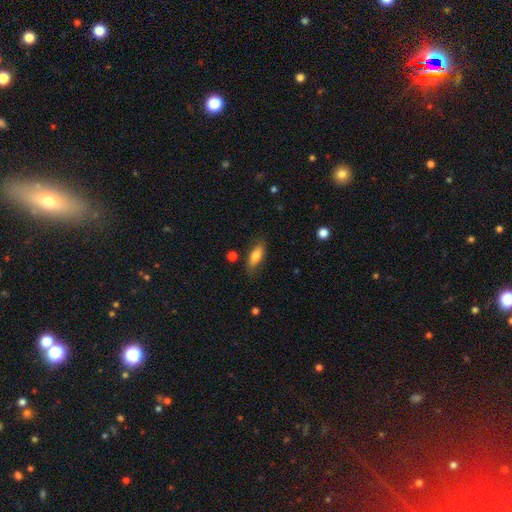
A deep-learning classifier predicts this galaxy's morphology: smooth 72%, featured or disk 21%, star or artifact 7%. Down the decision tree: how rounded — in between (68%); merging — none (77%).